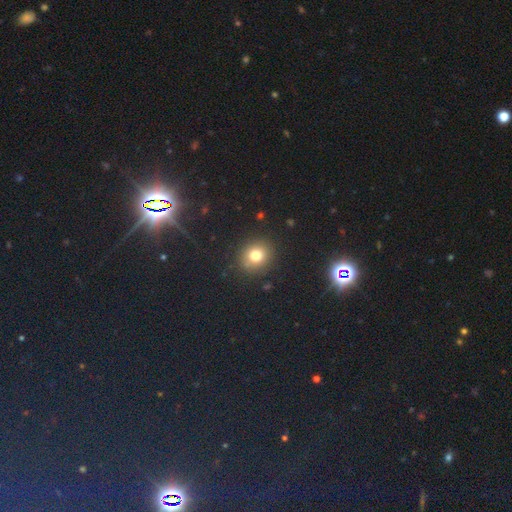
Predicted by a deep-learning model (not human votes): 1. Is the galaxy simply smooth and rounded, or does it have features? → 77% smooth, 16% star or artifact, 7% featured or disk.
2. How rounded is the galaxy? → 80% round, 19% in between, 1% cigar-shaped.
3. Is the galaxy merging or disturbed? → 87% none, 8% minor disturbance, 3% major disturbance, 2% merger.